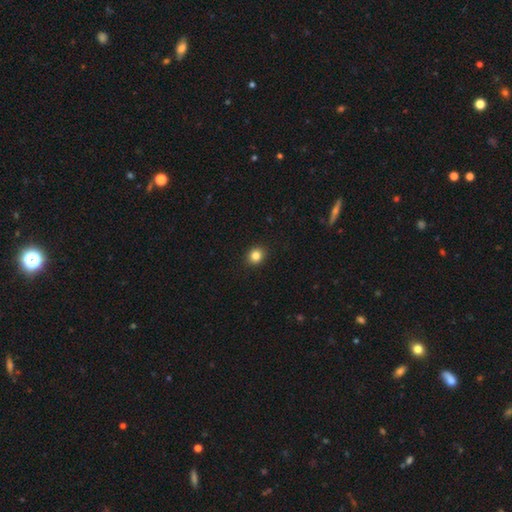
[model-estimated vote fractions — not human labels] This is clearly a smooth galaxy (84%). How rounded: likely round (75%). Merging: clearly none (92%).